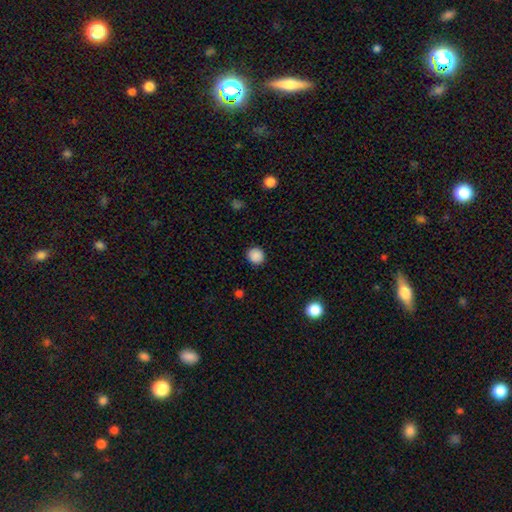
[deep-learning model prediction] A smooth galaxy with no disk features (88%) that is round (88%).

Vote fractions:
- Smooth or featured? smooth: 88% / star or artifact: 9% / featured or disk: 3%
- How rounded? round: 88% / in between: 11% / cigar-shaped: 1%
- Merging? none: 91% / minor disturbance: 6% / major disturbance: 2% / merger: 1%